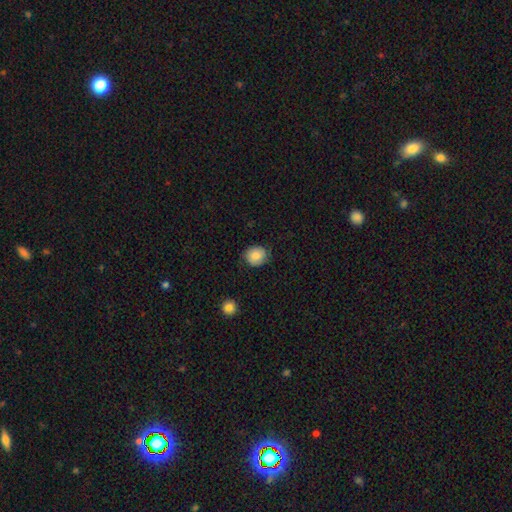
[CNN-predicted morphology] Q: Smooth or featured?
A: smooth (80%); runner-up: featured or disk (12%)
Q: How rounded?
A: round (81%); runner-up: in between (18%)
Q: Merging?
A: none (79%); runner-up: minor disturbance (16%)